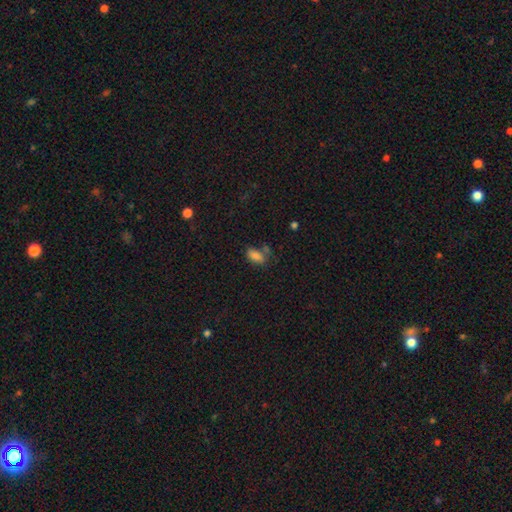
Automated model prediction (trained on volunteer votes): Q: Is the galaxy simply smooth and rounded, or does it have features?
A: smooth — 83%.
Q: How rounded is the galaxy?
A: in between — 90%.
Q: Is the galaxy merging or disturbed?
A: none — 57%.